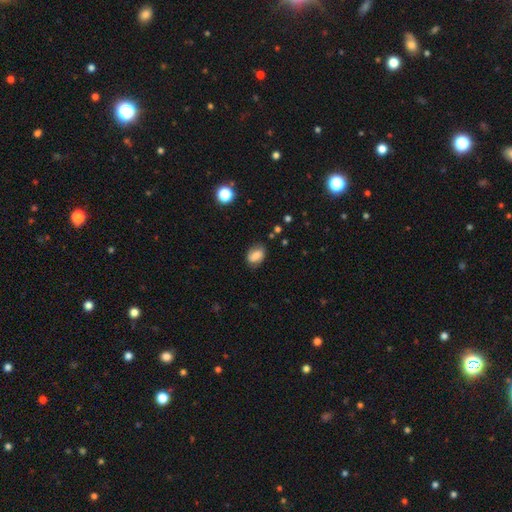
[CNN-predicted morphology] A smooth galaxy with no disk features (72%) that is in between round and cigar-shaped (80%).

Vote fractions:
- Smooth or featured? smooth: 72% / featured or disk: 18% / star or artifact: 10%
- How rounded? in between: 80% / round: 19% / cigar-shaped: 2%
- Merging? none: 72% / minor disturbance: 21% / major disturbance: 5% / merger: 2%